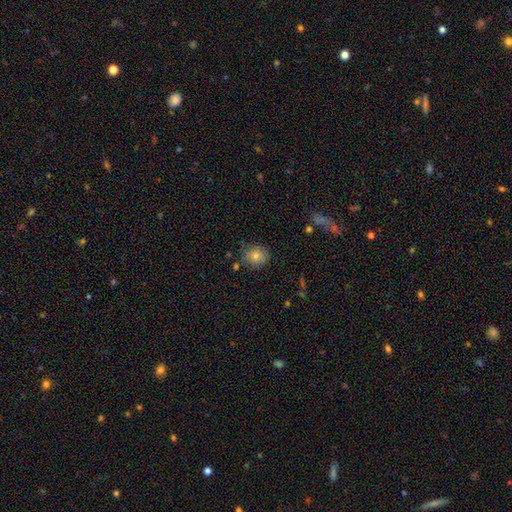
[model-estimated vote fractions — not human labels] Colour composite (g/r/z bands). It shows a smooth galaxy with no disk features (72%) that is round (76%). Merging: none (80%).